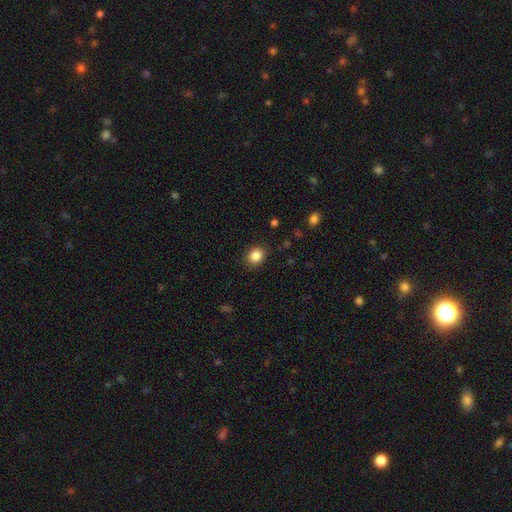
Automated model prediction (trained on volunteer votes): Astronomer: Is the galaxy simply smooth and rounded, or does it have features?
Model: smooth — 86%.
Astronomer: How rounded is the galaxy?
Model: round — 63%.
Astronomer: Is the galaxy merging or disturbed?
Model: none — 87%.